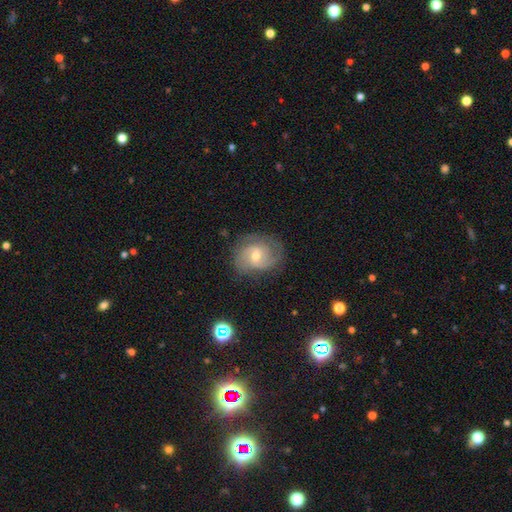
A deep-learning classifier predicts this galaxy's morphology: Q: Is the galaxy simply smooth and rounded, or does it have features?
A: featured or disk — 73%.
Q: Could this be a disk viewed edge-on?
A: no — 97%.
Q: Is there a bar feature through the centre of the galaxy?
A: no — 48%.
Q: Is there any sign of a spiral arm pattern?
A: yes — 90%.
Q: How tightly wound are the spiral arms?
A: medium — 43%.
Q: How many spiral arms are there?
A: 2 — 53%.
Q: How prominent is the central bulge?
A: moderate — 59%.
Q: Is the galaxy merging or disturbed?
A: none — 67%.